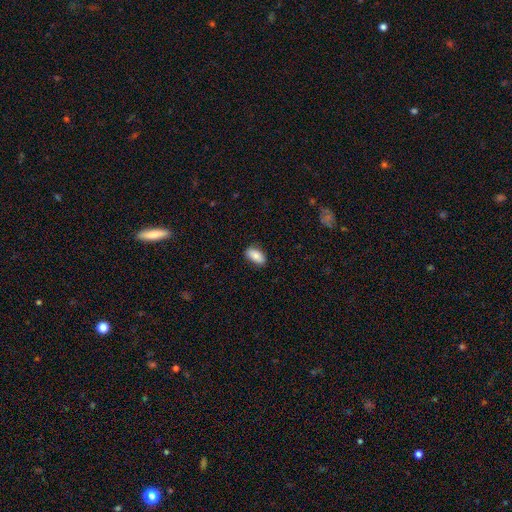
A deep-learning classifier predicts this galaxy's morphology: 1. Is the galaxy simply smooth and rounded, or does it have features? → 87% smooth, 7% featured or disk, 7% star or artifact.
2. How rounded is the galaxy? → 92% in between, 6% cigar-shaped, 3% round.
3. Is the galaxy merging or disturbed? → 86% none, 11% minor disturbance, 2% major disturbance, 1% merger.